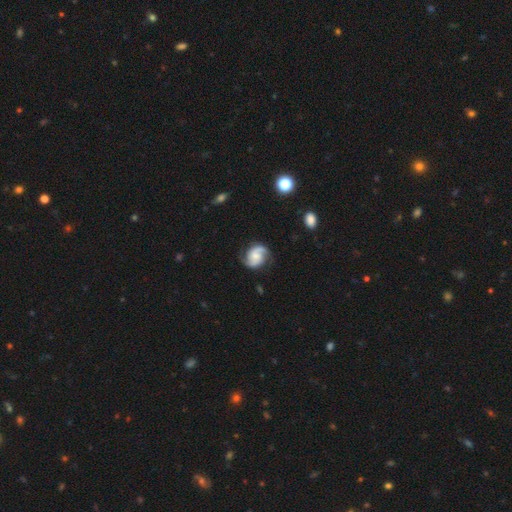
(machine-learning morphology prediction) Overall: featured or disk (83%). Edge-on disk: no (98%). Bar: no (59%; weak 33%). Spiral arms: yes (97%). Spiral arm count: 2 (91%). Spiral winding: medium (50%; tight 27%). Bulge size: small (38%; moderate 34%). Merging: none (78%).